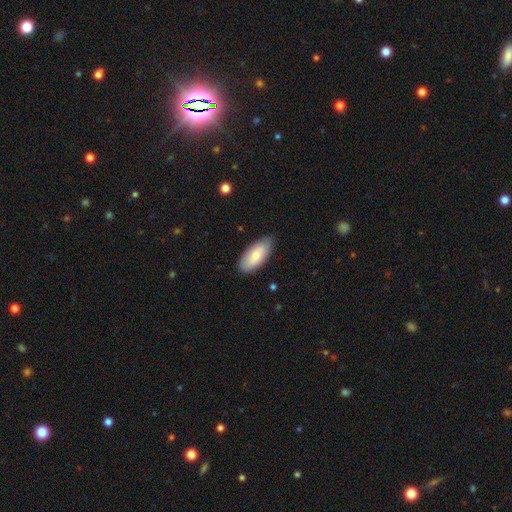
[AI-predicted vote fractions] smooth-or-featured: smooth: 73% | featured or disk: 21% | star or artifact: 6%
  how-rounded: in between: 90% | cigar-shaped: 8% | round: 2%
  merging: none: 84% | minor disturbance: 13% | major disturbance: 2% | merger: 1%